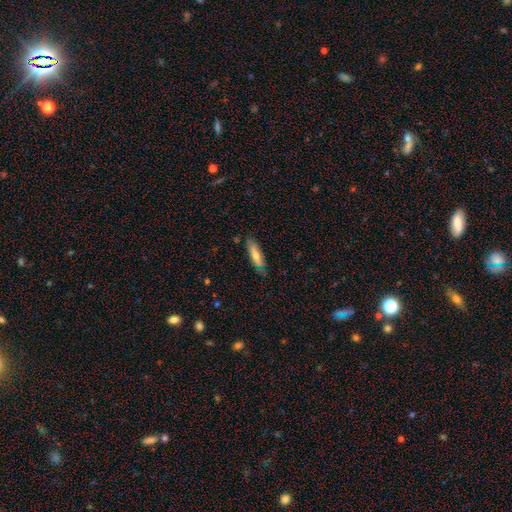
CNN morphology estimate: This appears to be a smooth galaxy with no disk features (62%) that is cigar-shaped (66%). Merging: none (79%).